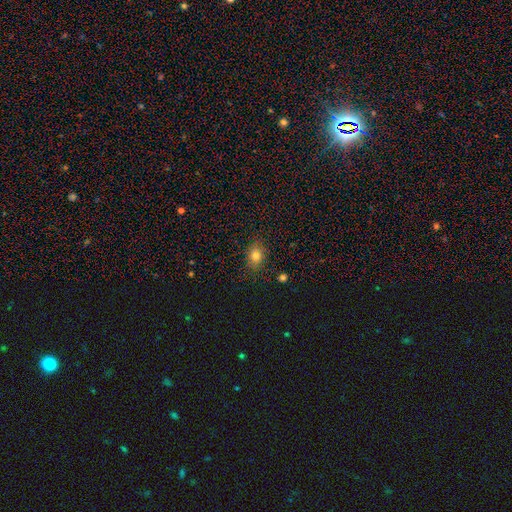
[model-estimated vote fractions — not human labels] Q: Smooth or featured?
A: smooth (79%); runner-up: star or artifact (12%)
Q: How rounded?
A: in between (65%); runner-up: round (33%)
Q: Merging?
A: none (84%); runner-up: minor disturbance (12%)